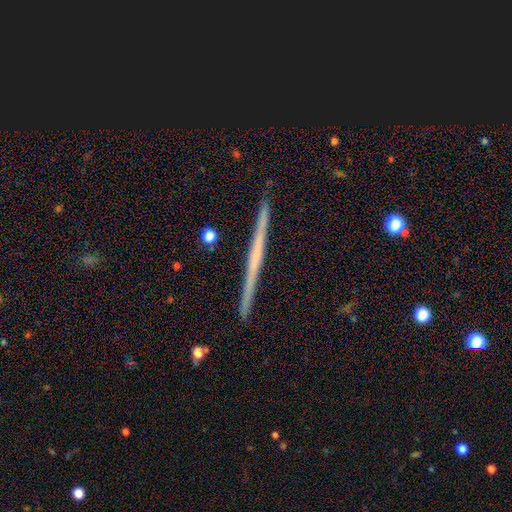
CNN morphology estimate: A featured or disk galaxy (66%) viewed edge-on (98%) with no central bulge (79%).

Vote fractions:
- Smooth or featured? featured or disk: 66% / smooth: 26% / star or artifact: 8%
- Edge-on disk? yes: 98% / no: 2%
- Edge-on bulge? none: 79% / rounded: 16% / boxy: 6%
- Merging? none: 92% / minor disturbance: 5% / merger: 1% / major disturbance: 1%